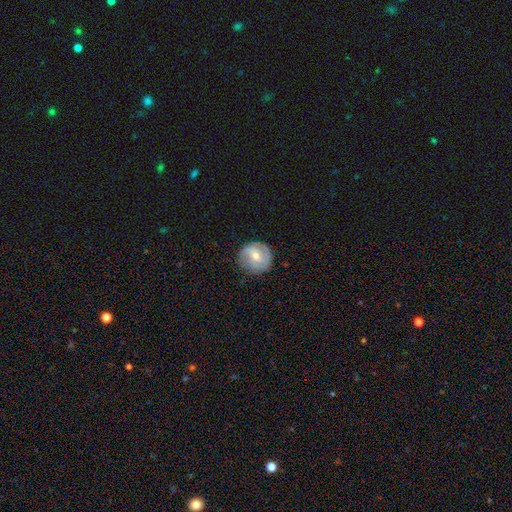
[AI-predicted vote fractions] The model was most divided on "spiral winding": tight: 44%, medium: 40%, loose: 16%. Remaining: edge-on disk — no (97%); spiral arms — yes (88%); merging — none (82%); smooth or featured — featured or disk (69%); spiral arm count — 2 (58%); bulge size — moderate (54%); bar — weak (44%).